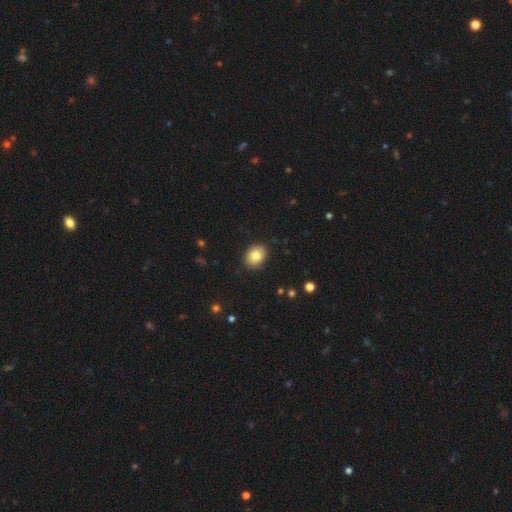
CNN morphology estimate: Overall: smooth (83%). How rounded: in between (50%; round 49%). Merging: none (89%).